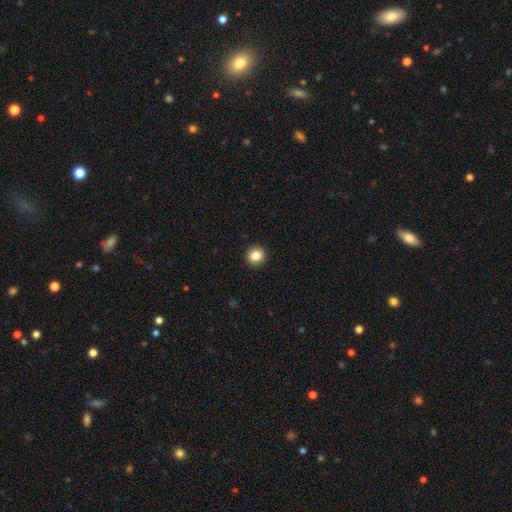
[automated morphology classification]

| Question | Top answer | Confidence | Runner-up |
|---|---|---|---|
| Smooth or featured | smooth | 85% | star or artifact (10%) |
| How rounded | round | 93% | in between (6%) |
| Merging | none | 93% | minor disturbance (4%) |